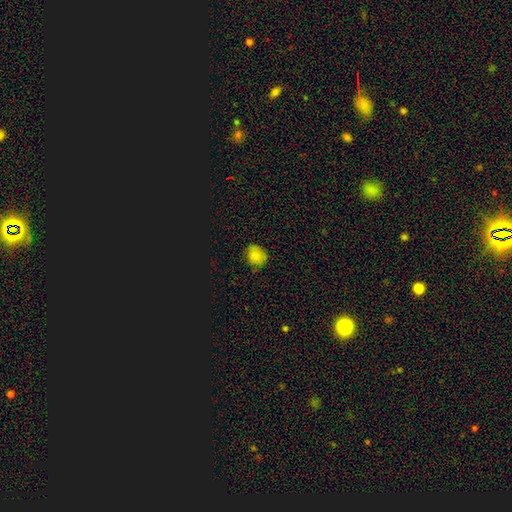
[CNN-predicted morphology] smooth-or-featured: smooth: 82% | star or artifact: 13% | featured or disk: 6%
  how-rounded: round: 66% | in between: 33% | cigar-shaped: 1%
  merging: none: 75% | minor disturbance: 20% | major disturbance: 3% | merger: 1%